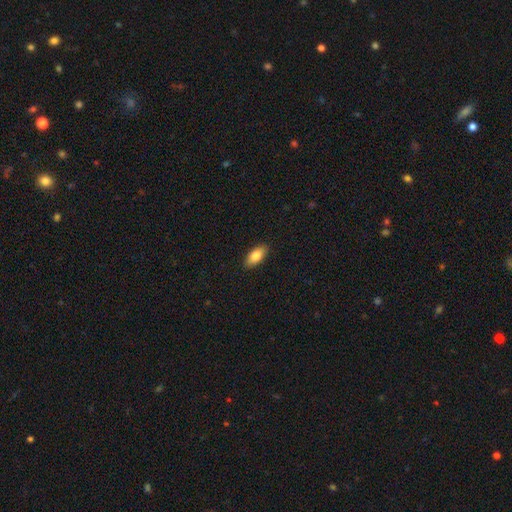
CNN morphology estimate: The model was most divided on "smooth or featured": smooth: 84%, featured or disk: 9%, star or artifact: 6%. More confident: merging — none (89%); how rounded — in between (88%).